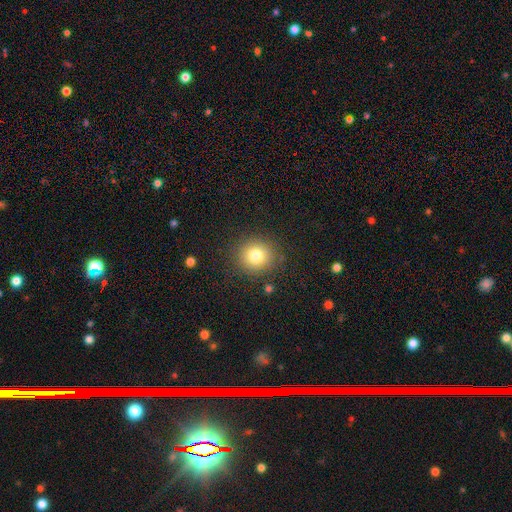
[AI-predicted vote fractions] Overall: smooth (79%). How rounded: round (89%). Merging: none (88%).